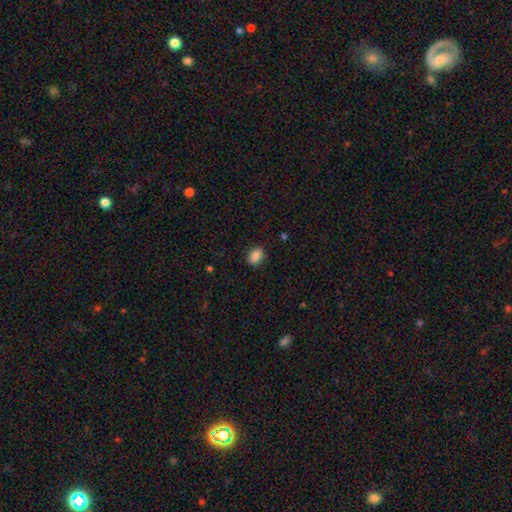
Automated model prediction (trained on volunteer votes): This is clearly a smooth galaxy (85%). How rounded: likely in between (70%). Merging: clearly none (84%).